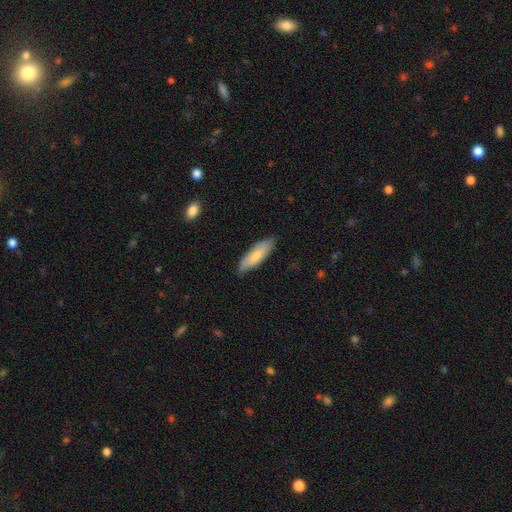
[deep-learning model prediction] Smooth or featured? smooth (76%)
How rounded? in between (50%)
Merging? none (82%)